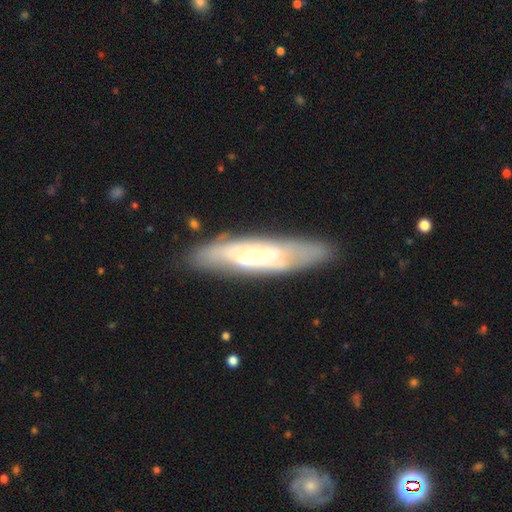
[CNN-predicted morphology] Smooth or featured? Predicted: featured or disk (p=0.66). Edge-on disk? Predicted: no (p=0.60). Merging? Predicted: none (p=0.79).